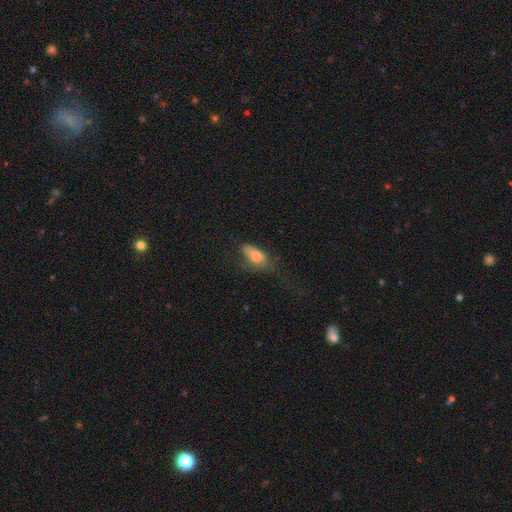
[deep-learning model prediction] A smooth galaxy with no disk features (75%) that is in between round and cigar-shaped (82%). Merging: none (34%).